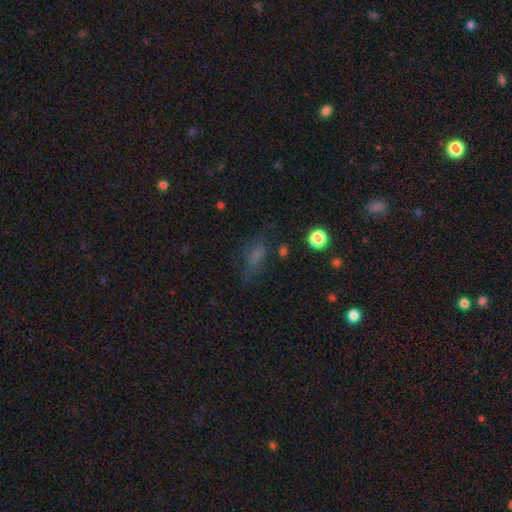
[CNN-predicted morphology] smooth-or-featured: smooth: 55% | star or artifact: 24% | featured or disk: 21%
  how-rounded: in between: 71% | cigar-shaped: 18% | round: 11%
  merging: none: 57% | minor disturbance: 22% | major disturbance: 18% | merger: 3%